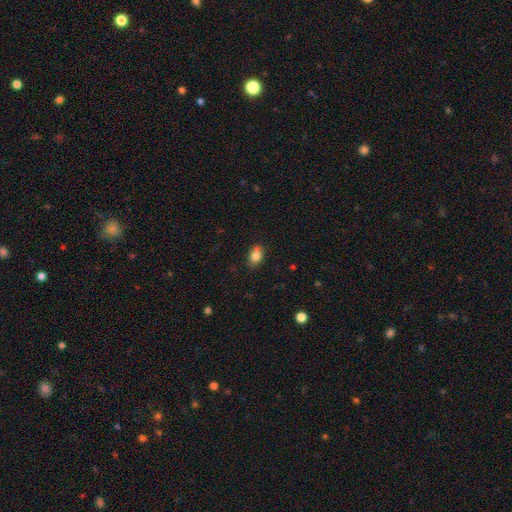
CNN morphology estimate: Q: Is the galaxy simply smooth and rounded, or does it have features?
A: smooth — 81%.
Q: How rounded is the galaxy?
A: in between — 78%.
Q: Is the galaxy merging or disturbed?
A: none — 73%.